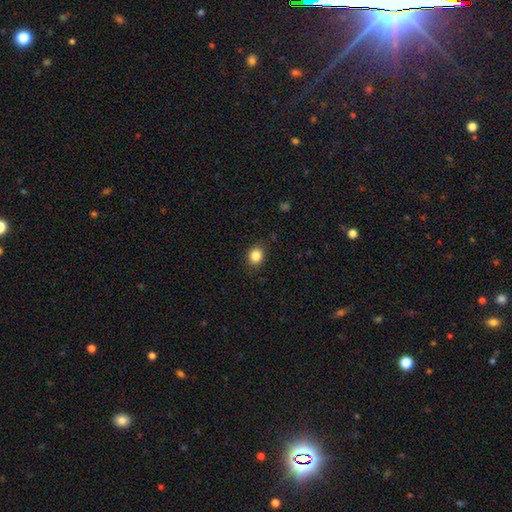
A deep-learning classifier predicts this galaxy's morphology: A smooth galaxy with no disk features (84%) that is round (62%).

Vote fractions:
- Smooth or featured? smooth: 84% / star or artifact: 10% / featured or disk: 5%
- How rounded? round: 62% / in between: 37% / cigar-shaped: 1%
- Merging? none: 85% / minor disturbance: 11% / major disturbance: 3% / merger: 1%